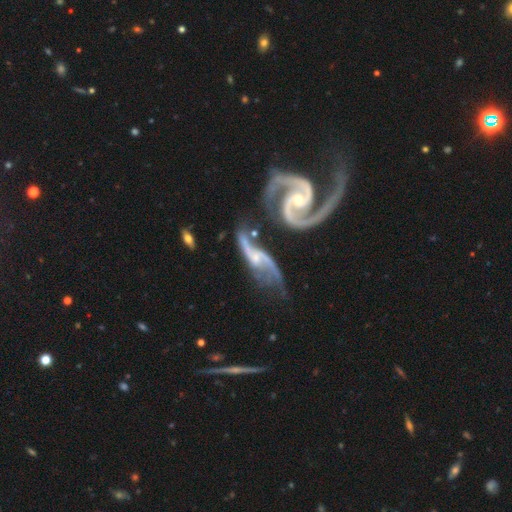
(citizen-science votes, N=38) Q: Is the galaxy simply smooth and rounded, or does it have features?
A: featured or disk — 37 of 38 (97%).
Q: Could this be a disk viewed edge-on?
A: no — 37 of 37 (100%).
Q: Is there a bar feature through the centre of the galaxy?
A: no — 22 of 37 (59%).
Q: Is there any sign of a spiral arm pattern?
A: yes — 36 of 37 (97%).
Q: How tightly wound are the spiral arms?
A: loose — 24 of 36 (67%).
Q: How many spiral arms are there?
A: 2 — 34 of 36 (94%).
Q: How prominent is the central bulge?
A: small — 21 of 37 (57%).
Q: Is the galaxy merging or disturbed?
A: minor disturbance — 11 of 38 (29%, tied with merger).